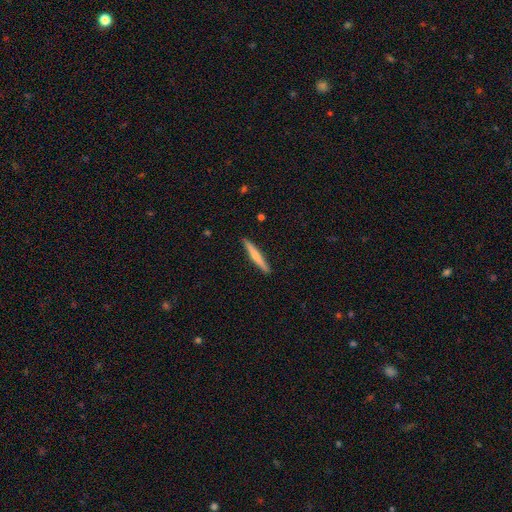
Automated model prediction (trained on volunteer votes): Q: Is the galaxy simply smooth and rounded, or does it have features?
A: smooth — 57%.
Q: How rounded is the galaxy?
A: cigar-shaped — 95%.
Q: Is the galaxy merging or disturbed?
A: none — 91%.